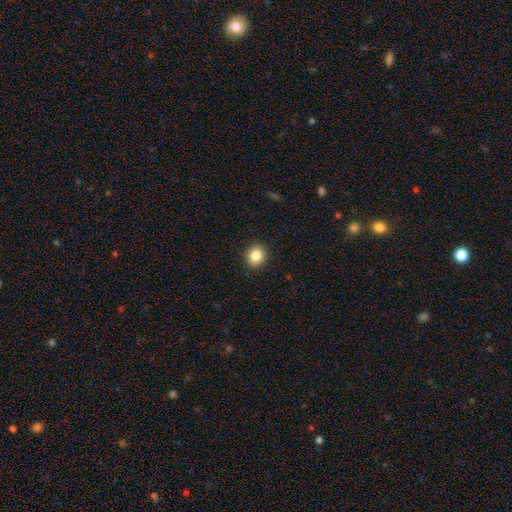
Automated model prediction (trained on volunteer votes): Overall: smooth (85%). How rounded: round (81%). Merging: none (92%).